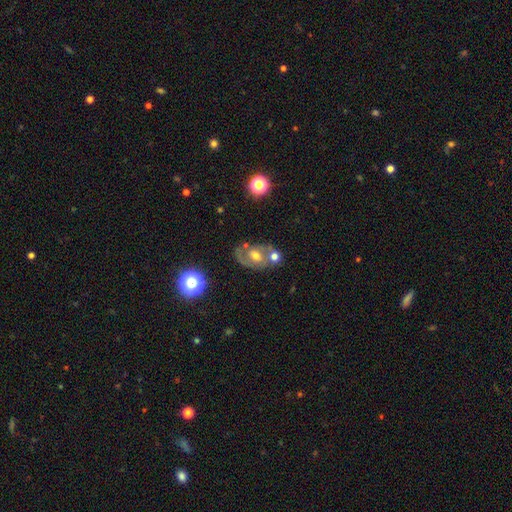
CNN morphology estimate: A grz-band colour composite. It shows a featured or disk galaxy (62%) with no bar (51%), spiral arms (62%) and a moderate central bulge (66%). Merging: none (55%).